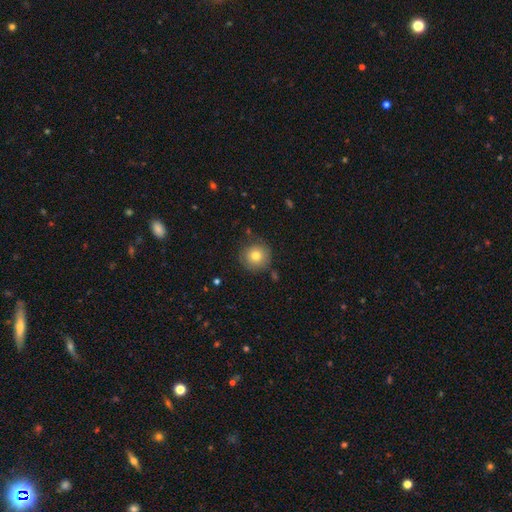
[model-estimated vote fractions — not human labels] smooth-or-featured: smooth: 77% | featured or disk: 12% | star or artifact: 11%
  how-rounded: round: 95% | in between: 4% | cigar-shaped: 1%
  merging: none: 84% | minor disturbance: 11% | major disturbance: 3% | merger: 2%